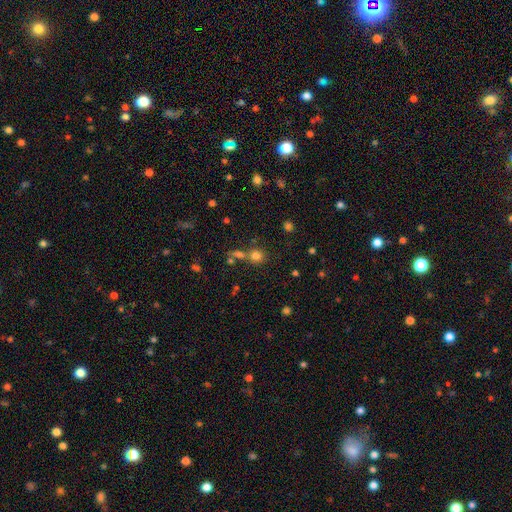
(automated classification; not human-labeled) Q: Smooth or featured?
A: smooth (76%); runner-up: star or artifact (17%)
Q: How rounded?
A: round (84%); runner-up: in between (14%)
Q: Merging?
A: none (62%); runner-up: merger (24%)